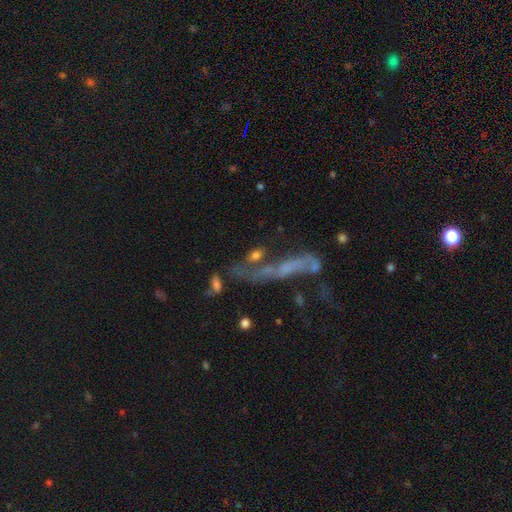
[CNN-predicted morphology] This is likely a smooth galaxy (61%). How rounded: possibly in between (53%). Merging: marginally none (38%).